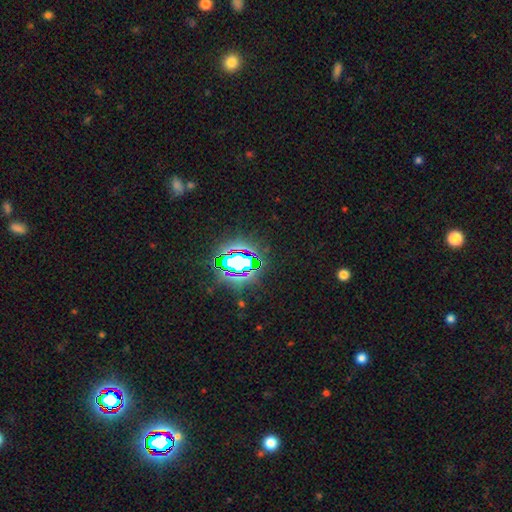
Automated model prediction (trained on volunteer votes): This appears to be a star or artifact, not a galaxy (79%).